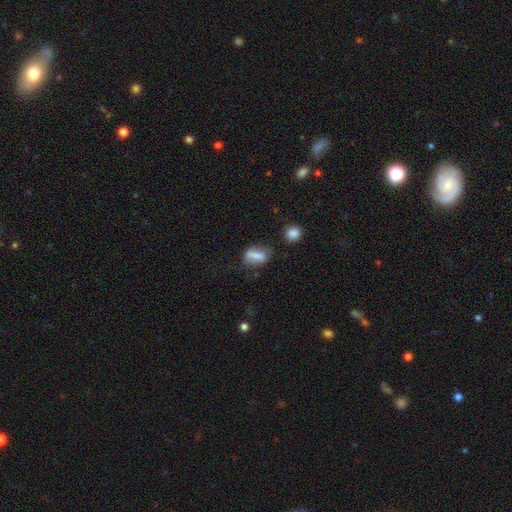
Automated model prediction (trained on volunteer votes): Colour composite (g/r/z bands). It shows a smooth galaxy with no disk features (63%) that is in between round and cigar-shaped (74%). Merging: none (62%).